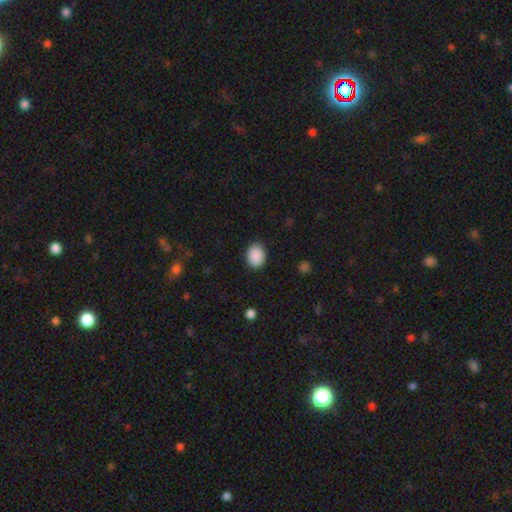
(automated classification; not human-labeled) Smooth or featured?
  - smooth: 90% *
  - star or artifact: 8%
  - featured or disk: 2%
How rounded?
  - in between: 57% *
  - round: 42%
  - cigar-shaped: 1%
Merging?
  - none: 88% *
  - minor disturbance: 9%
  - major disturbance: 2%
  - merger: 1%